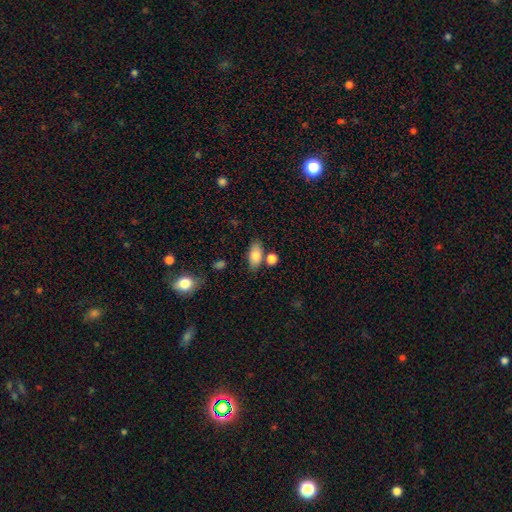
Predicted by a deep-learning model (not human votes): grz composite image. It shows a smooth galaxy with no disk features (84%) that is in between round and cigar-shaped (89%). Merging: none (70%).